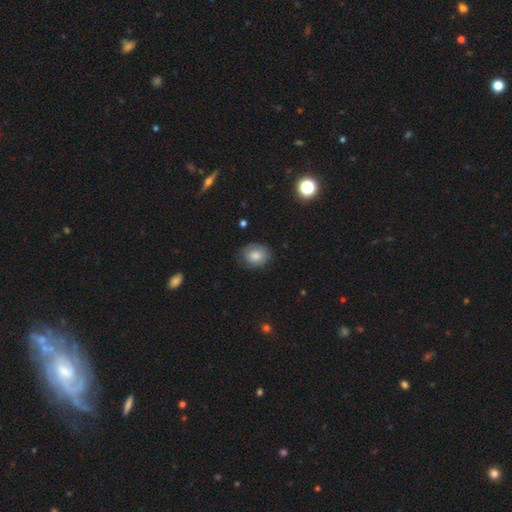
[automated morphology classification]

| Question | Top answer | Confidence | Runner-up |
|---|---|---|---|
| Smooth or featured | smooth | 74% | featured or disk (17%) |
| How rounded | round | 60% | in between (39%) |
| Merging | none | 75% | minor disturbance (19%) |